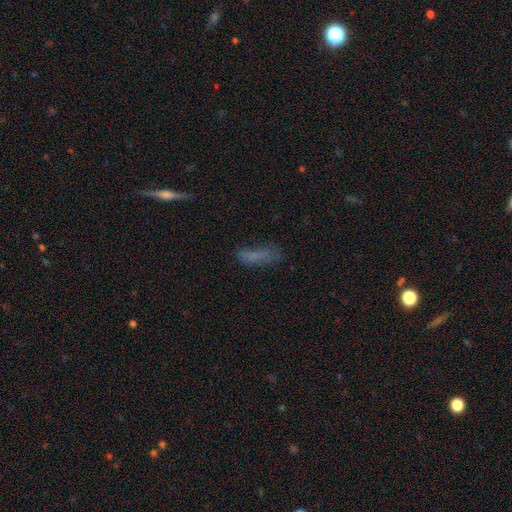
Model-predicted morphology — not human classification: Smooth or featured?
  - smooth: 62% *
  - featured or disk: 20%
  - star or artifact: 17%
How rounded?
  - in between: 49% *
  - cigar-shaped: 48%
  - round: 4%
Merging?
  - none: 53% *
  - minor disturbance: 26%
  - major disturbance: 16%
  - merger: 5%